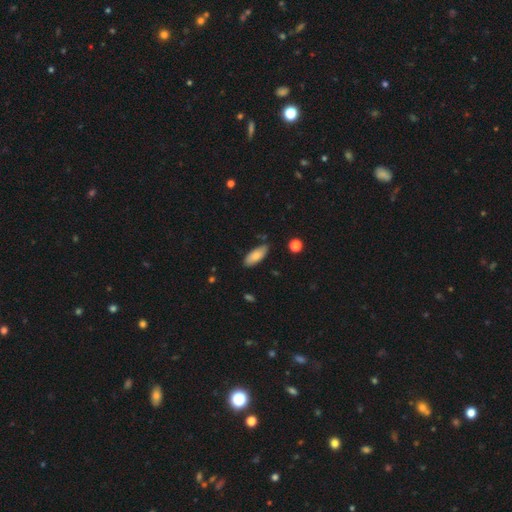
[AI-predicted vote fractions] smooth-or-featured: smooth: 81% | featured or disk: 12% | star or artifact: 6%
  how-rounded: in between: 82% | cigar-shaped: 16% | round: 2%
  merging: none: 80% | minor disturbance: 15% | major disturbance: 2% | merger: 2%